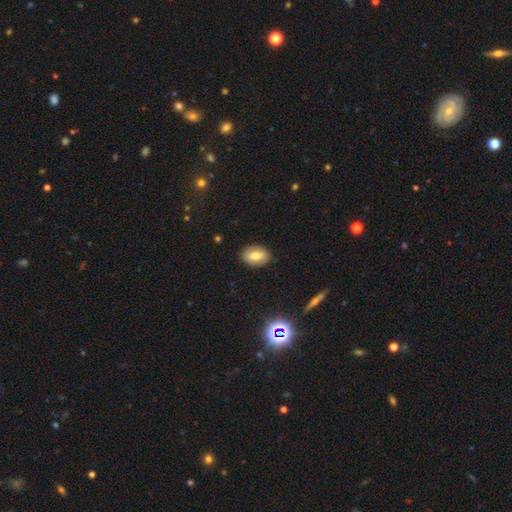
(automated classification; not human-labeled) Smooth or featured? smooth (69%)
How rounded? in between (83%)
Merging? none (86%)